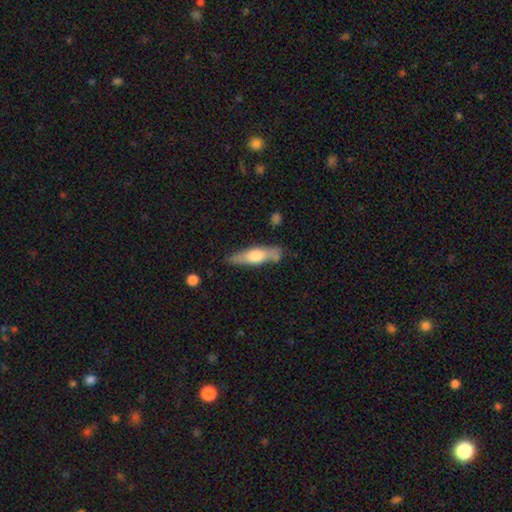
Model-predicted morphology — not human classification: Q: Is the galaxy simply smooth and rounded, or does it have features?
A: smooth — 49%.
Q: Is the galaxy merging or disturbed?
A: none — 73%.